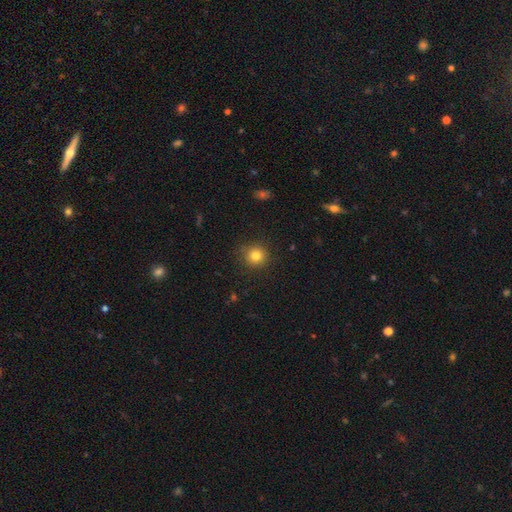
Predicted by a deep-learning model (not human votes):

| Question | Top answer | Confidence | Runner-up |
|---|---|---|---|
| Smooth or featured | smooth | 81% | star or artifact (13%) |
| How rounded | round | 93% | in between (6%) |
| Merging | none | 89% | minor disturbance (7%) |